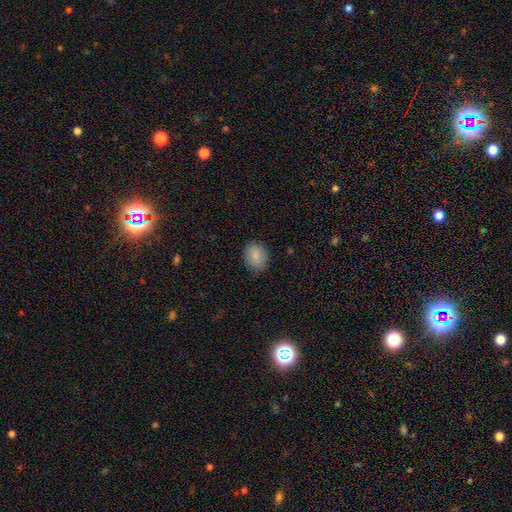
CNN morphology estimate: smooth_or_featured: smooth (p=0.86) [alt: star or artifact p=0.08]
how_rounded: round (p=0.51) [alt: in between p=0.48]
merging: none (p=0.82) [alt: minor disturbance p=0.14]